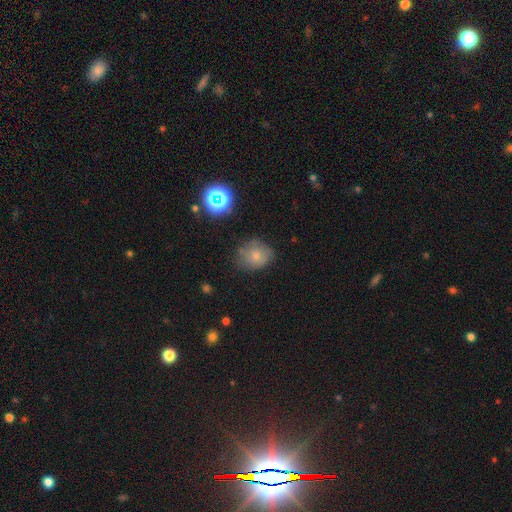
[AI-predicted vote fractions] Smooth or featured? Predicted: smooth (p=0.70). How rounded? Predicted: round (p=0.62). Merging? Predicted: none (p=0.65).